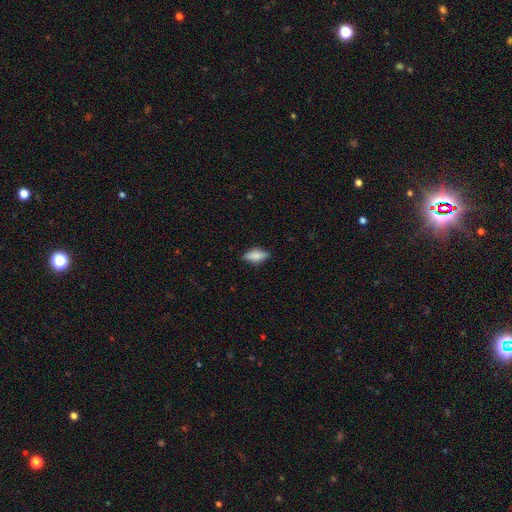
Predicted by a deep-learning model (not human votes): The model was most divided on "how rounded": in between: 78%, cigar-shaped: 19%, round: 3%. More confident: merging — none (83%); smooth or featured — smooth (77%).